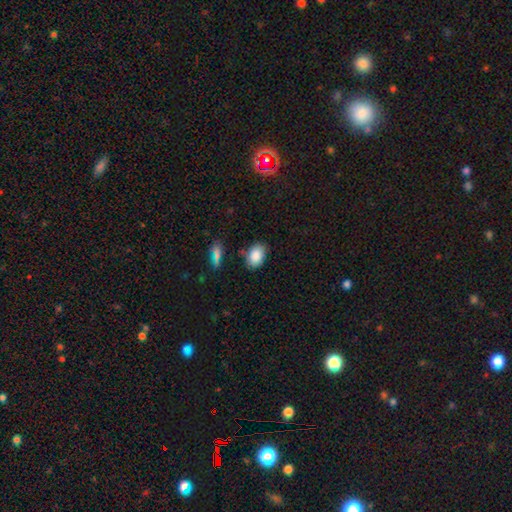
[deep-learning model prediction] Smooth or featured: smooth — 86% (star or artifact — 8%)
How rounded: in between — 84% (round — 15%)
Merging: none — 76% (minor disturbance — 16%)